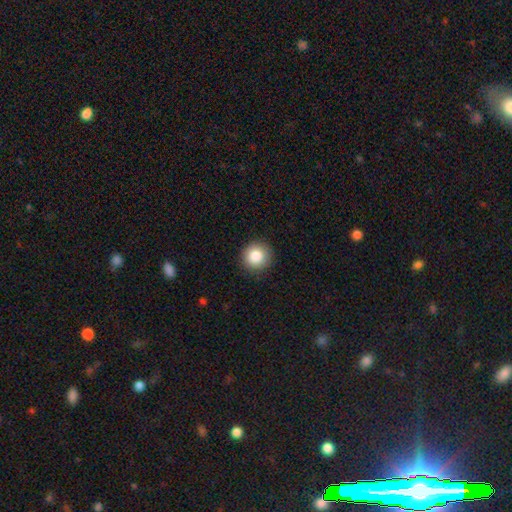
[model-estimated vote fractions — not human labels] smooth-or-featured: smooth: 86% | star or artifact: 9% | featured or disk: 6%
  how-rounded: round: 92% | in between: 7% | cigar-shaped: 1%
  merging: none: 91% | minor disturbance: 7% | major disturbance: 2% | merger: 1%